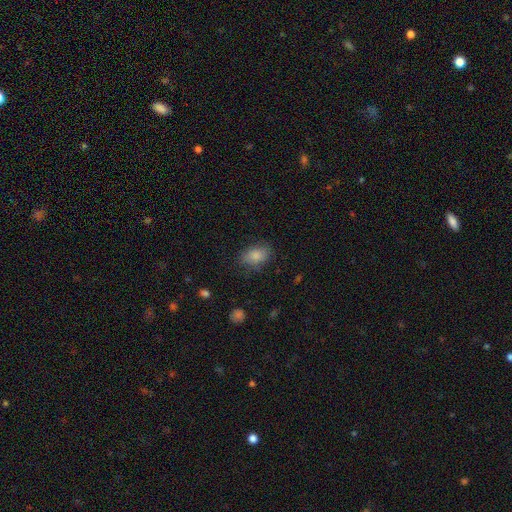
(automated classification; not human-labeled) Smooth or featured? Predicted: smooth (p=0.84). How rounded? Predicted: in between (p=0.83). Merging? Predicted: none (p=0.76).